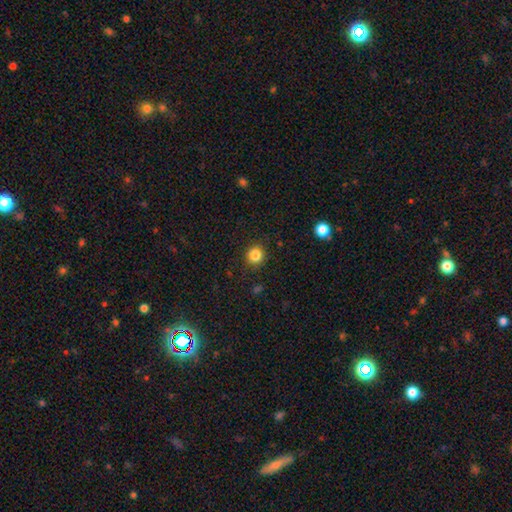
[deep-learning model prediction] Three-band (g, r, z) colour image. It shows a smooth galaxy with no disk features (84%) that is round (90%). Merging: none (90%).